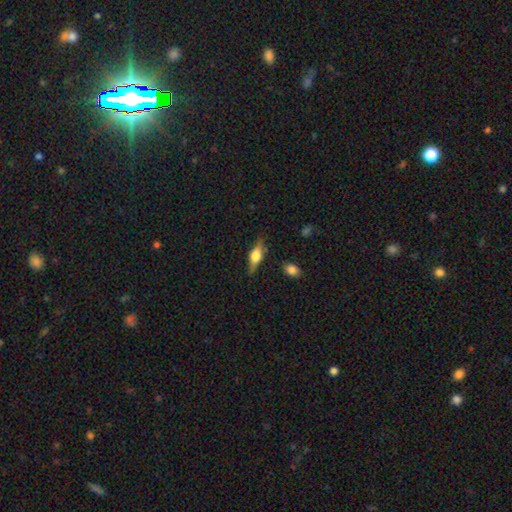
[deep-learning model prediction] Smooth or featured? featured or disk (55%)
Edge-on disk? yes (94%)
Edge-on bulge? rounded (88%)
Merging? none (81%)